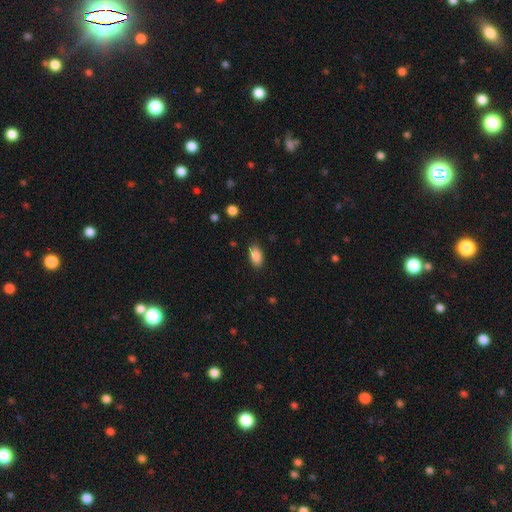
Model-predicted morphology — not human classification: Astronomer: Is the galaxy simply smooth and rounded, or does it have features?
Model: smooth — 88%.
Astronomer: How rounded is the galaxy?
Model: in between — 92%.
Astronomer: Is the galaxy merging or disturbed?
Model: none — 85%.